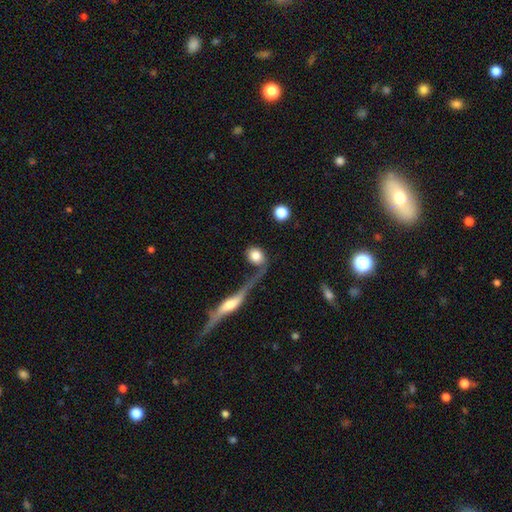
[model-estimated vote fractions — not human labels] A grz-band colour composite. It shows a smooth galaxy with no disk features (79%) that is round (57%). Merging: none (46%).